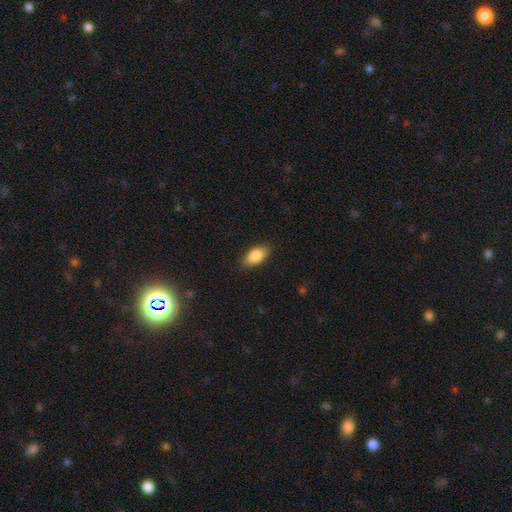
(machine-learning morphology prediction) This appears to be a smooth galaxy with no disk features (86%) that is in between round and cigar-shaped (91%). Merging: none (86%).